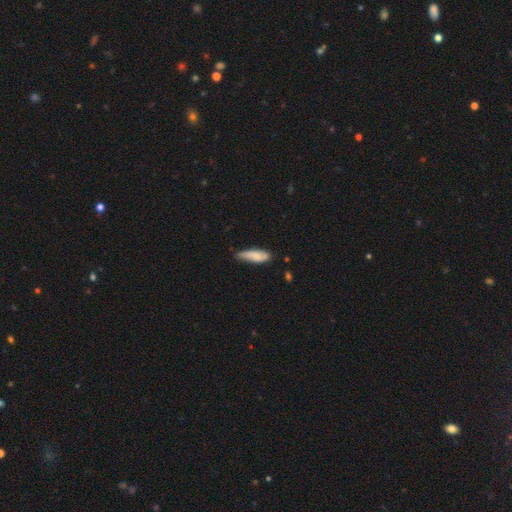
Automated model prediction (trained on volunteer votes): smooth 75%, featured or disk 18%, star or artifact 6%. Down the decision tree: how rounded — in between (51%); merging — none (52%).